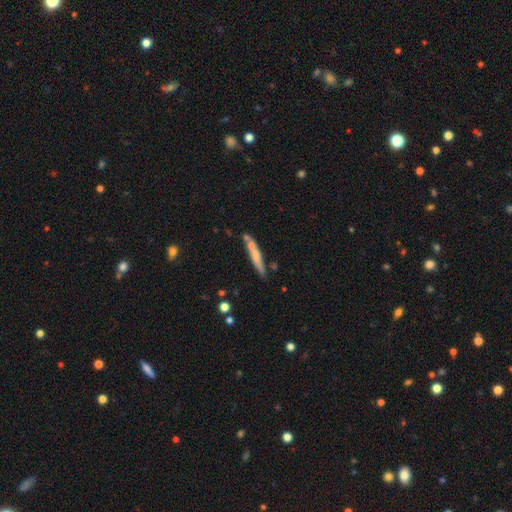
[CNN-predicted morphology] Smooth or featured: smooth — 56% (featured or disk — 37%)
How rounded: cigar-shaped — 92% (in between — 7%)
Merging: none — 65% (minor disturbance — 17%)